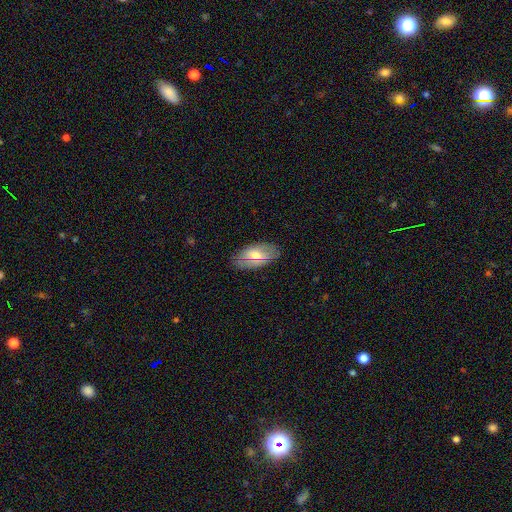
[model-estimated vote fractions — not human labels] A smooth galaxy with no disk features (60%) that is in between round and cigar-shaped (91%). Merging: none (81%).